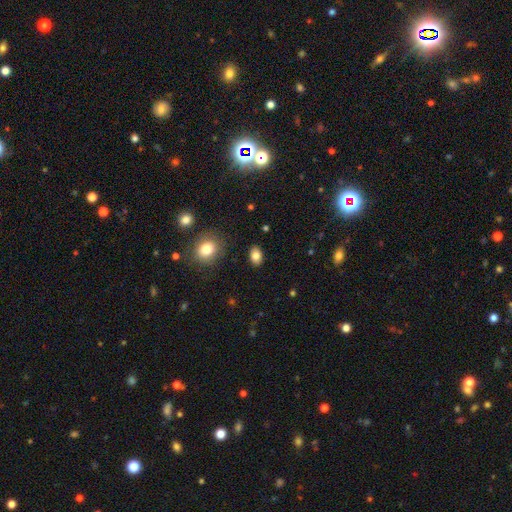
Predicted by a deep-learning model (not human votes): Smooth or featured?
  - smooth: 83% *
  - star or artifact: 9%
  - featured or disk: 8%
How rounded?
  - in between: 83% *
  - round: 15%
  - cigar-shaped: 1%
Merging?
  - none: 88% *
  - minor disturbance: 8%
  - major disturbance: 2%
  - merger: 1%